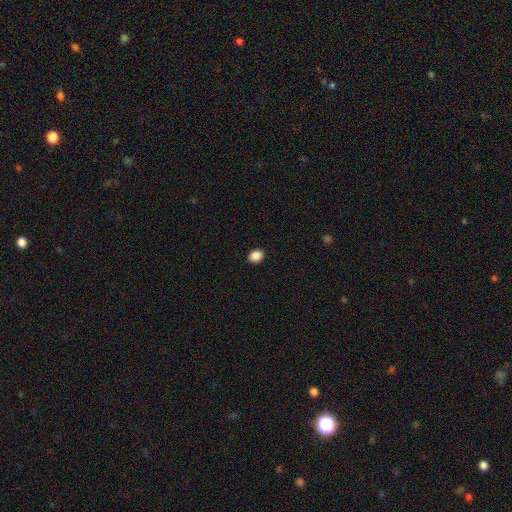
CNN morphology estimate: A smooth galaxy with no disk features (88%) that is in between round and cigar-shaped (52%).

Vote fractions:
- Smooth or featured? smooth: 88% / star or artifact: 9% / featured or disk: 3%
- How rounded? in between: 52% / round: 47% / cigar-shaped: 1%
- Merging? none: 91% / minor disturbance: 6% / major disturbance: 2% / merger: 1%